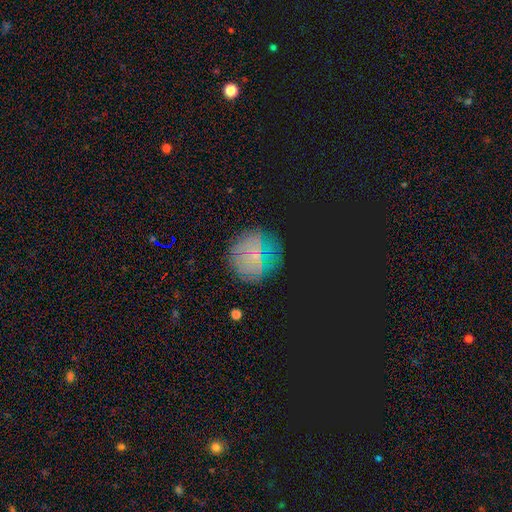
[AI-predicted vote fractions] Morphology: type=star or artifact (47%).